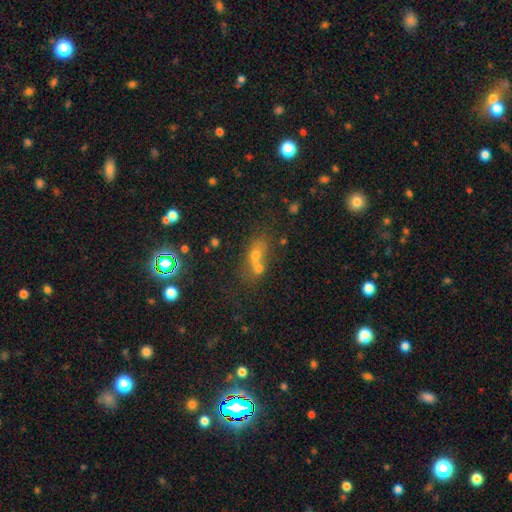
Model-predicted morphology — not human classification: The model was most divided on "how rounded": in between: 49%, round: 42%, cigar-shaped: 8%. More confident: merging — merger (54%); smooth or featured — smooth (50%).